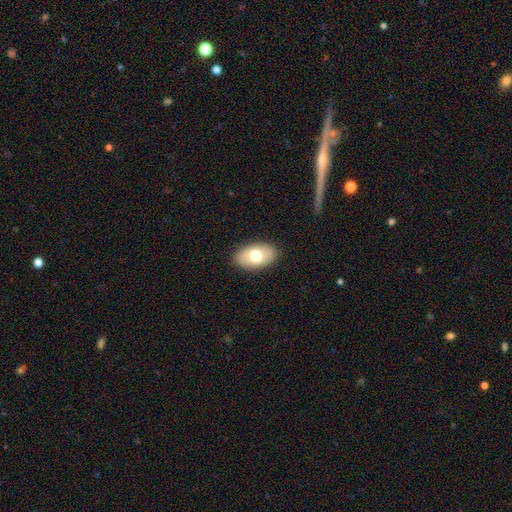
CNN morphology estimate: type=smooth (68%); roundness=in between (92%); merging=none (88%).